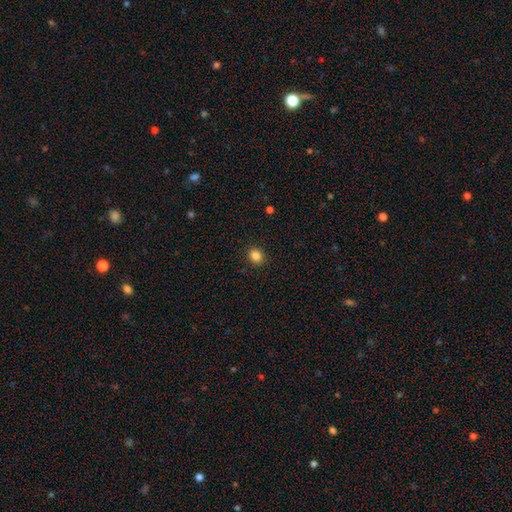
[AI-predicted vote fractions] Smooth or featured? Predicted: smooth (p=0.85). How rounded? Predicted: round (p=0.77). Merging? Predicted: none (p=0.91).